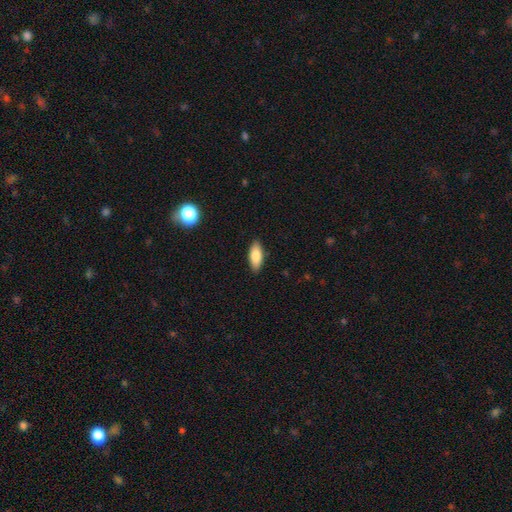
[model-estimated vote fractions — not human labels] Smooth or featured?
  - smooth: 82% *
  - featured or disk: 12%
  - star or artifact: 7%
How rounded?
  - in between: 78% *
  - cigar-shaped: 20%
  - round: 2%
Merging?
  - none: 89% *
  - minor disturbance: 8%
  - major disturbance: 2%
  - merger: 1%